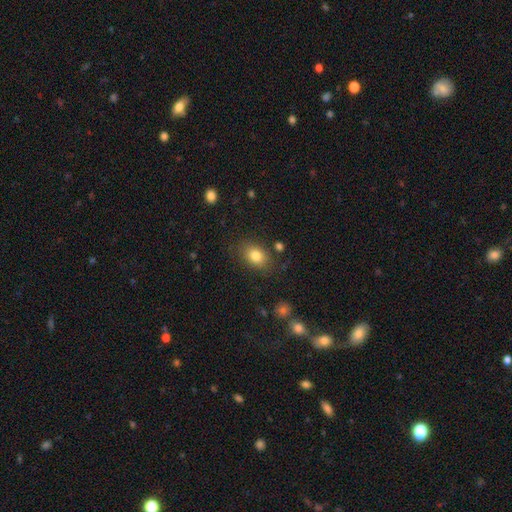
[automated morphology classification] The model was most divided on "how rounded": in between: 72%, round: 27%, cigar-shaped: 1%. More confident: smooth or featured — smooth (82%); merging — none (80%).